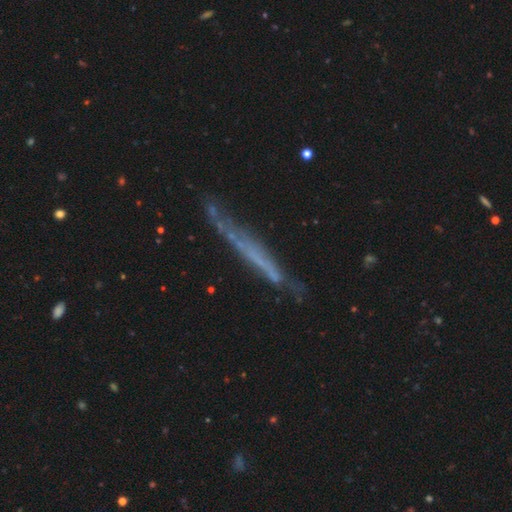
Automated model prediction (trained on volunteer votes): A featured or disk galaxy (57%) viewed edge-on (81%).

Vote fractions:
- Smooth or featured? featured or disk: 57% / smooth: 32% / star or artifact: 11%
- Edge-on disk? yes: 81% / no: 19%
- Merging? none: 62% / minor disturbance: 25% / major disturbance: 9% / merger: 4%